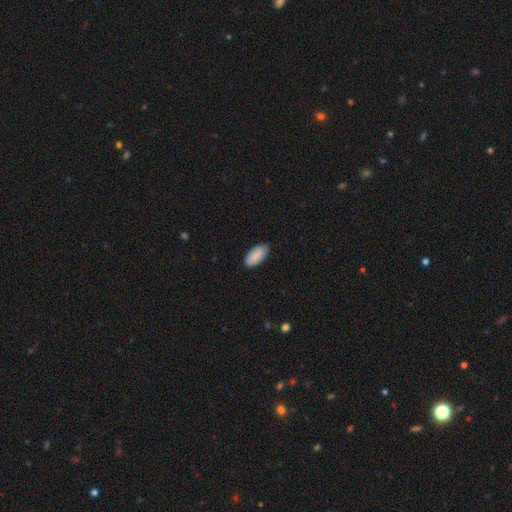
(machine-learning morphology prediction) Smooth or featured?
  - smooth: 87% *
  - featured or disk: 7%
  - star or artifact: 6%
How rounded?
  - in between: 91% *
  - cigar-shaped: 7%
  - round: 2%
Merging?
  - none: 84% *
  - minor disturbance: 13%
  - major disturbance: 2%
  - merger: 1%